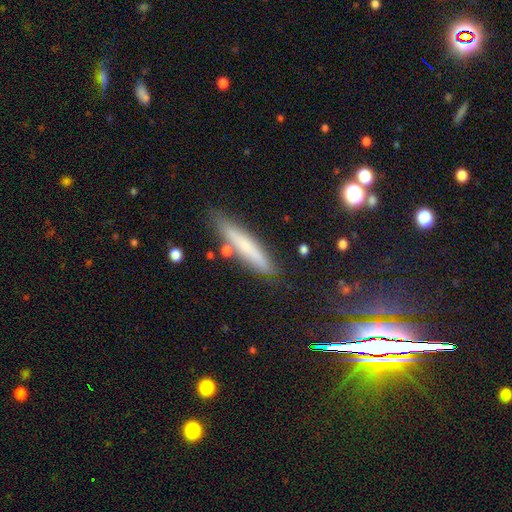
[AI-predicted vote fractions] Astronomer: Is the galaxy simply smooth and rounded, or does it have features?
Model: smooth — 66%.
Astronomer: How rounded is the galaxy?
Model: cigar-shaped — 88%.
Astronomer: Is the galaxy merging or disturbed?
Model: none — 78%.